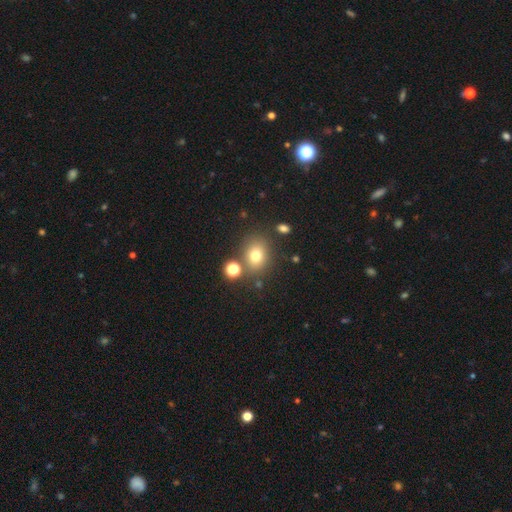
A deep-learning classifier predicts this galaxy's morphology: This appears to be a smooth galaxy with no disk features (74%) that is round (58%). Merging: none (74%).